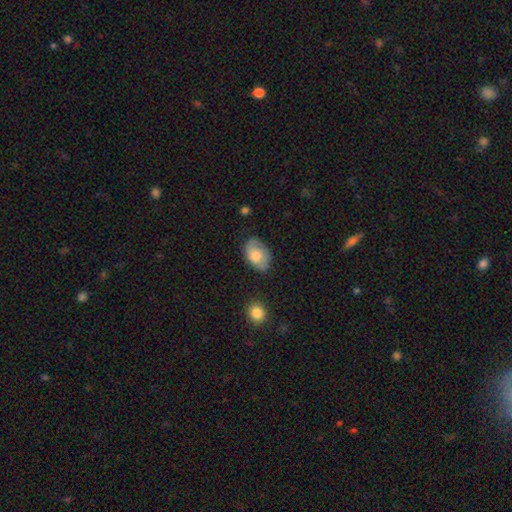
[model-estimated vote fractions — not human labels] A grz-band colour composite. It shows a smooth galaxy with no disk features (68%) that is in between round and cigar-shaped (89%). Merging: none (67%).